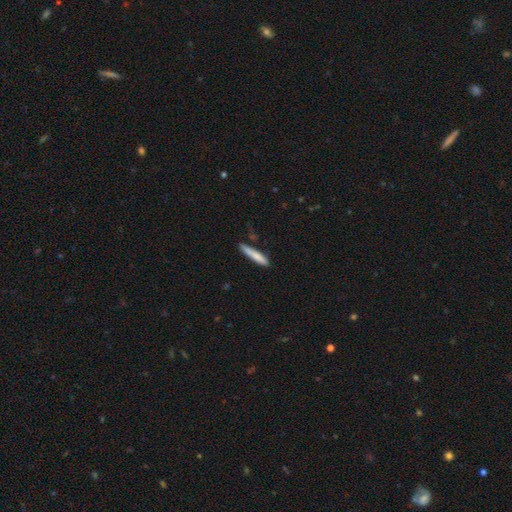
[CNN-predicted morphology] A smooth galaxy with no disk features (77%) that is cigar-shaped (92%).

Vote fractions:
- Smooth or featured? smooth: 77% / featured or disk: 17% / star or artifact: 6%
- How rounded? cigar-shaped: 92% / in between: 6% / round: 1%
- Merging? none: 81% / minor disturbance: 14% / merger: 3% / major disturbance: 2%